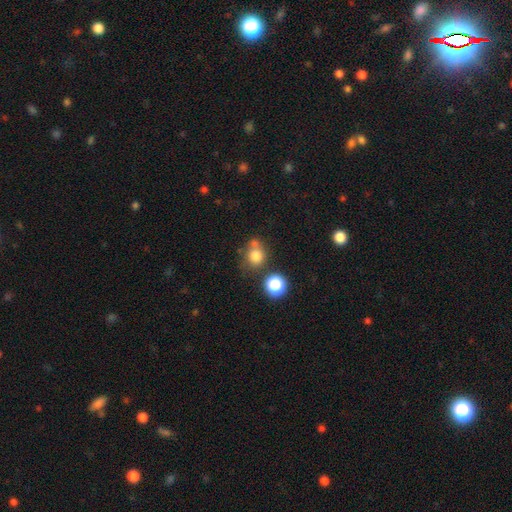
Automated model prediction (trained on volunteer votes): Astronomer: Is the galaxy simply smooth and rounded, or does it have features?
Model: smooth — 77%.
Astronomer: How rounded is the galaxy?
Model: round — 78%.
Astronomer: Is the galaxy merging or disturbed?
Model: none — 56%.